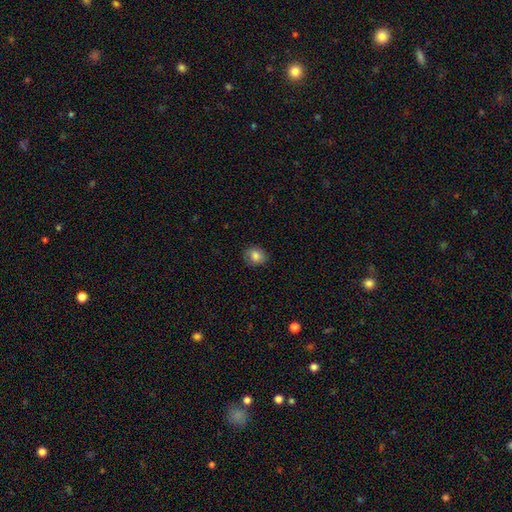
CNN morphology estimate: type=smooth (80%); roundness=round (63%); merging=none (83%).